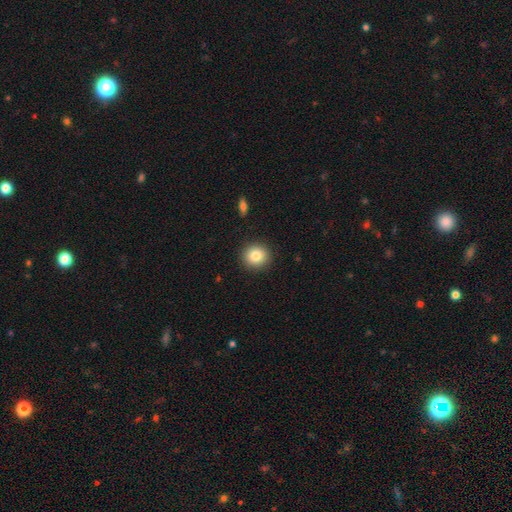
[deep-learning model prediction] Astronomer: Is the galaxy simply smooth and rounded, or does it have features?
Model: smooth — 83%.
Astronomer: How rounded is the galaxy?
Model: round — 89%.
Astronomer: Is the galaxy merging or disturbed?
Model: none — 91%.